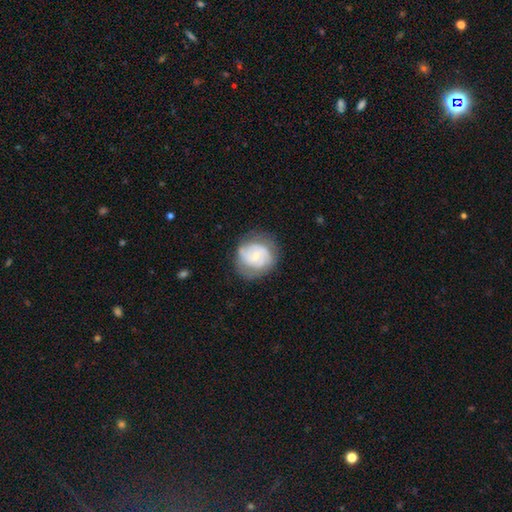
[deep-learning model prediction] smooth_or_featured: featured or disk (p=0.60) [alt: smooth p=0.33]
disk_edge_on: no (p=0.98) [alt: yes p=0.02]
bar: no (p=0.60) [alt: weak p=0.33]
has_spiral_arms: yes (p=0.85) [alt: no p=0.15]
bulge_size: small (p=0.69) [alt: moderate p=0.22]
merging: none (p=0.68) [alt: minor disturbance p=0.20]